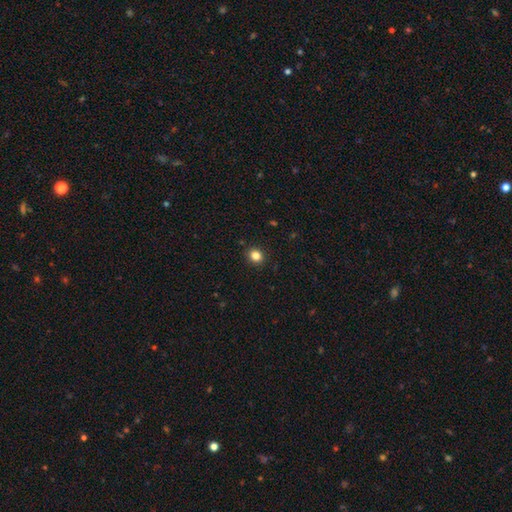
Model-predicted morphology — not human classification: Smooth or featured: smooth — 83% (star or artifact — 12%)
How rounded: round — 78% (in between — 21%)
Merging: none — 92% (minor disturbance — 6%)